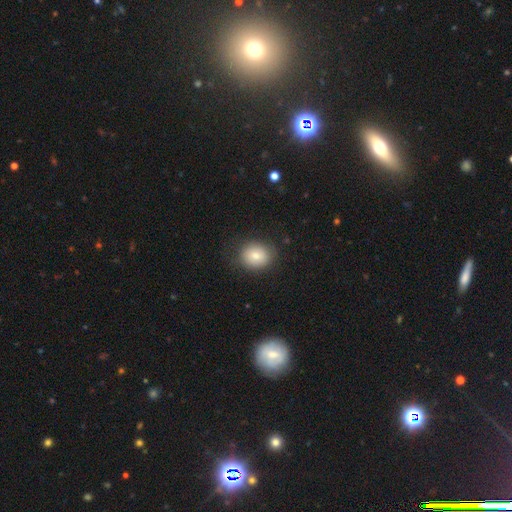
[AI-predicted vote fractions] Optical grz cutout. It shows a smooth galaxy with no disk features (78%) that is round (67%). Merging: none (81%).